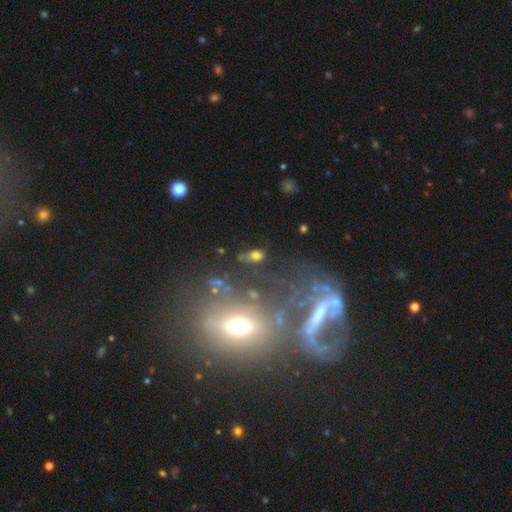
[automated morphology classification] smooth-or-featured: smooth: 57% | featured or disk: 27% | star or artifact: 16%
  how-rounded: in between: 80% | round: 13% | cigar-shaped: 7%
  merging: none: 65% | minor disturbance: 18% | major disturbance: 10% | merger: 7%